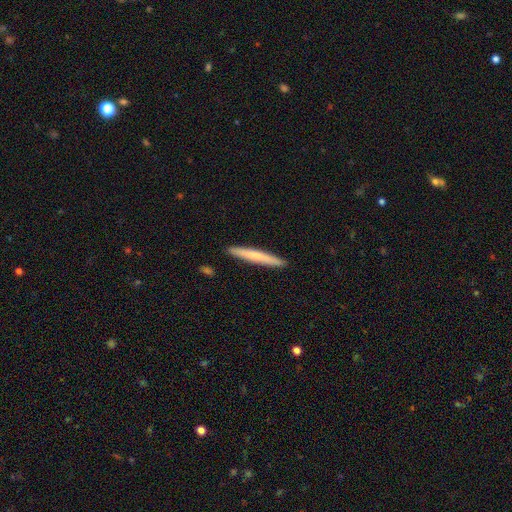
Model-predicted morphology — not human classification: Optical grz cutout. It shows a smooth galaxy with no disk features (63%) that is cigar-shaped (96%). Merging: none (92%).